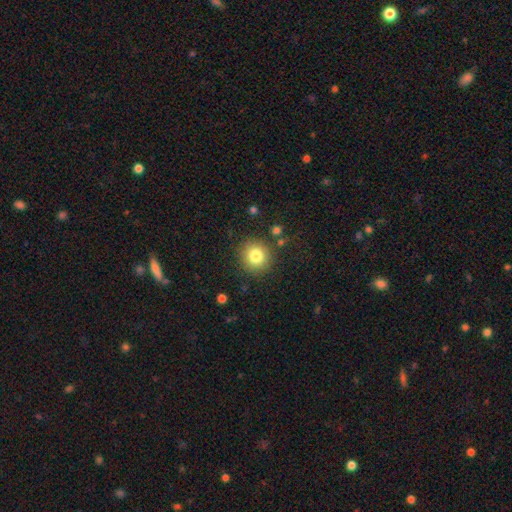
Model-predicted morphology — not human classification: Smooth or featured? smooth (81%)
How rounded? round (92%)
Merging? none (87%)